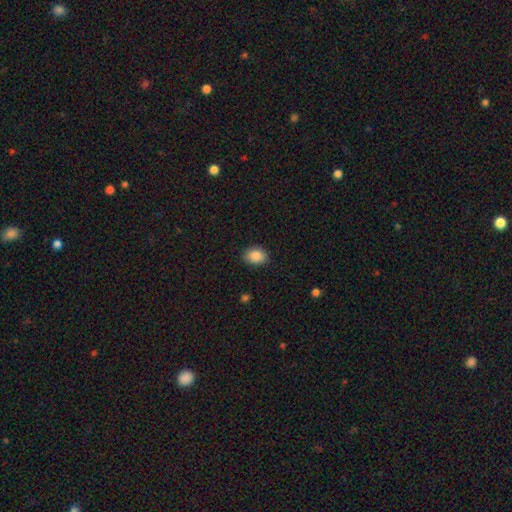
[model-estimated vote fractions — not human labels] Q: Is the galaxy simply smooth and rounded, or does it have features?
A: smooth — 88%.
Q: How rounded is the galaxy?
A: in between — 68%.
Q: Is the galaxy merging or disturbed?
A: none — 85%.